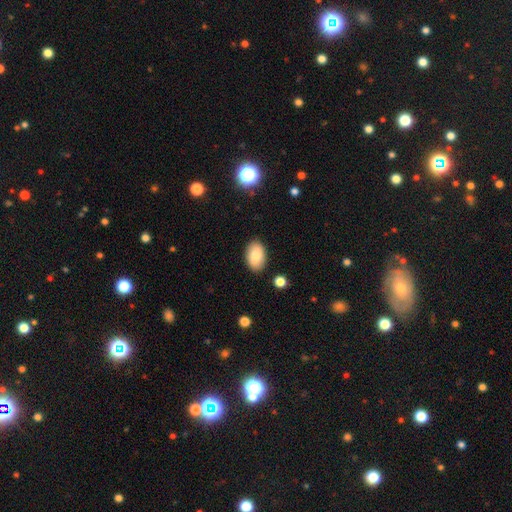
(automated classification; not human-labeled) Morphology: type=smooth (83%); roundness=in between (91%); merging=none (88%).